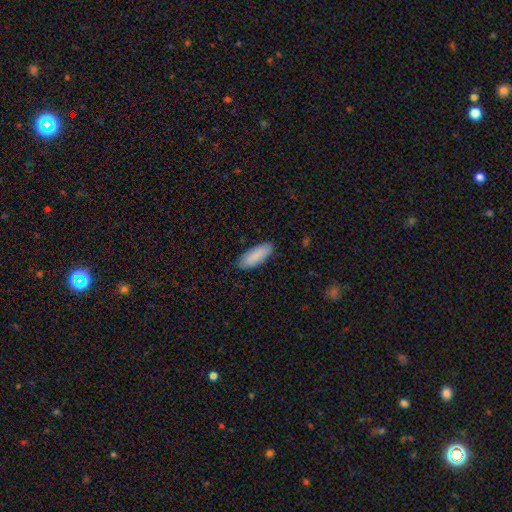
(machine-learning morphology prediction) type=smooth (88%); roundness=in between (63%); merging=none (85%).